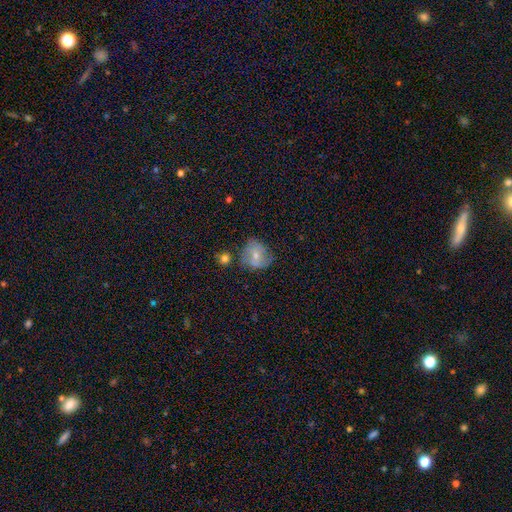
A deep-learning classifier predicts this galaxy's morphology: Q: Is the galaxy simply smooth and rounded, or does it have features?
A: smooth — 53%.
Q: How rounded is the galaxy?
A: round — 68%.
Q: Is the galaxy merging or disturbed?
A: none — 54%.